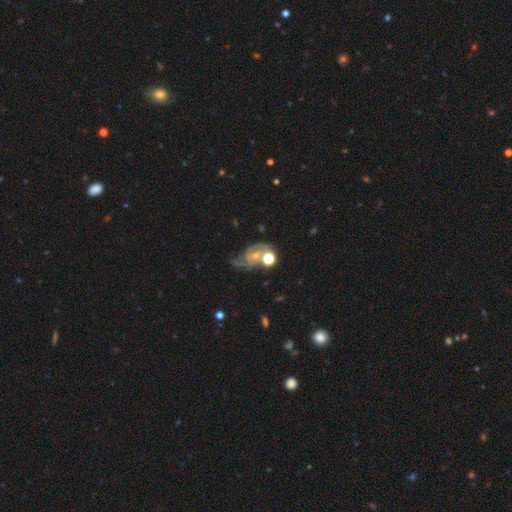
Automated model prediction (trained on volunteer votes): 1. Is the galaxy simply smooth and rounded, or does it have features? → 66% featured or disk, 20% smooth, 13% star or artifact.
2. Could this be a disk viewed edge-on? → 97% no, 3% yes.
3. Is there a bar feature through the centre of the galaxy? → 68% no, 27% weak, 5% strong.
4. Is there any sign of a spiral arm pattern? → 85% yes, 15% no.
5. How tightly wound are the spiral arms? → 44% medium, 29% loose, 27% tight.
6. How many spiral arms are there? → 58% 2, 20% can't tell, 9% 1, 8% 3, 3% 4, 3% more than 4.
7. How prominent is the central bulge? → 55% small, 31% moderate, 9% none, 3% large, 2% dominant.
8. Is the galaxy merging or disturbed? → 36% none, 26% major disturbance, 22% minor disturbance, 17% merger.